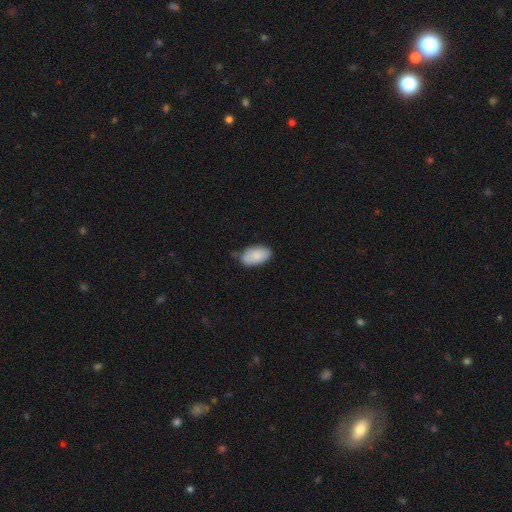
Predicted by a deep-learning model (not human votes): smooth 86%, featured or disk 7%, star or artifact 6%. Down the decision tree: how rounded — in between (95%); merging — none (67%).